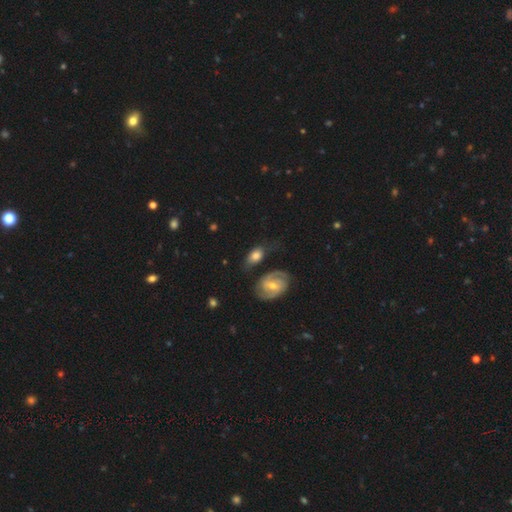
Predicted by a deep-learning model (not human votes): Smooth or featured?
  - smooth: 56% *
  - featured or disk: 36%
  - star or artifact: 8%
How rounded?
  - in between: 80% *
  - round: 17%
  - cigar-shaped: 3%
Merging?
  - none: 55% *
  - minor disturbance: 23%
  - major disturbance: 12%
  - merger: 11%